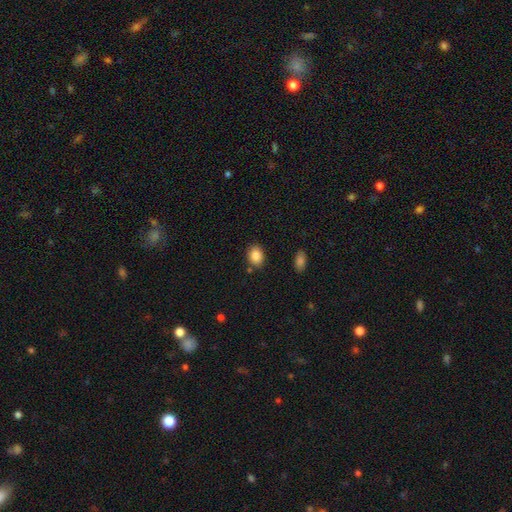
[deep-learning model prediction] Q: Smooth or featured?
A: smooth (86%); runner-up: star or artifact (8%)
Q: How rounded?
A: in between (61%); runner-up: round (38%)
Q: Merging?
A: none (83%); runner-up: minor disturbance (11%)